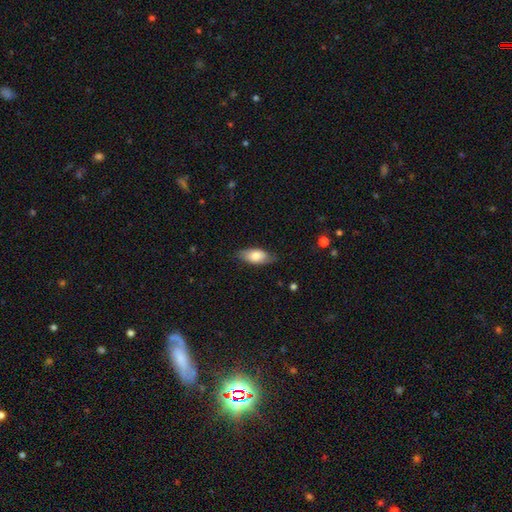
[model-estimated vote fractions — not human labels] Smooth or featured? Predicted: smooth (p=0.75). How rounded? Predicted: in between (p=0.87). Merging? Predicted: none (p=0.75).